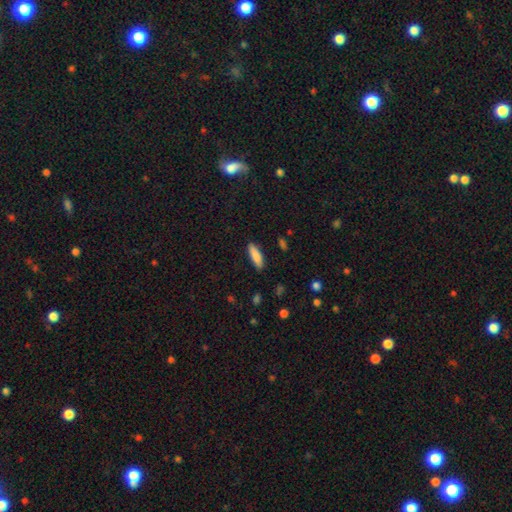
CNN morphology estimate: type=smooth (86%); roundness=cigar-shaped (52%); merging=none (87%).